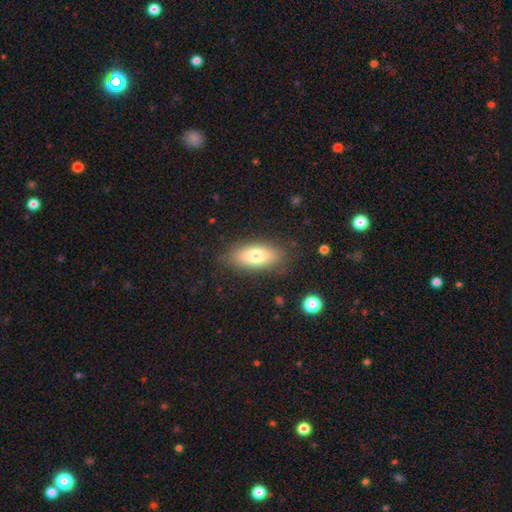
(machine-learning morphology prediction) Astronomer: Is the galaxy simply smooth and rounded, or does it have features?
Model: smooth — 74%.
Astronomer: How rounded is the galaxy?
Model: in between — 82%.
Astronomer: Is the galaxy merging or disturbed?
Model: none — 83%.